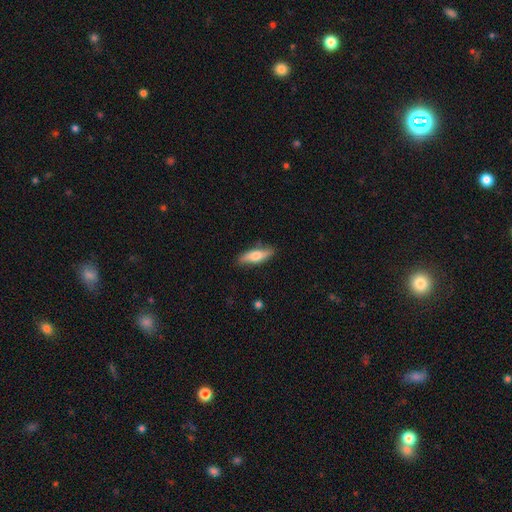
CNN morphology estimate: Smooth or featured? Predicted: smooth (p=0.64). How rounded? Predicted: in between (p=0.50). Merging? Predicted: none (p=0.81).